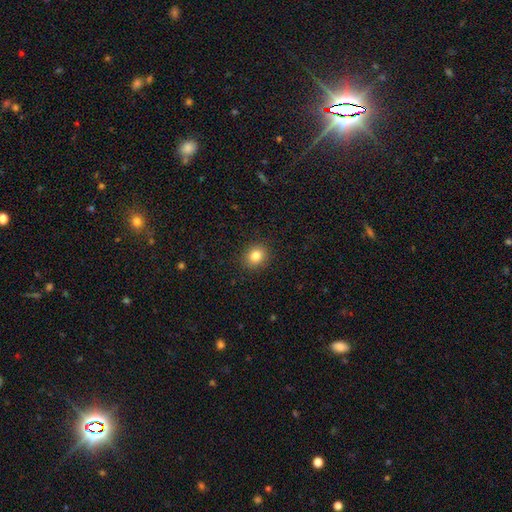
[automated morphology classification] smooth_or_featured: smooth (p=0.83) [alt: star or artifact p=0.11]
how_rounded: round (p=0.74) [alt: in between p=0.25]
merging: none (p=0.90) [alt: minor disturbance p=0.07]